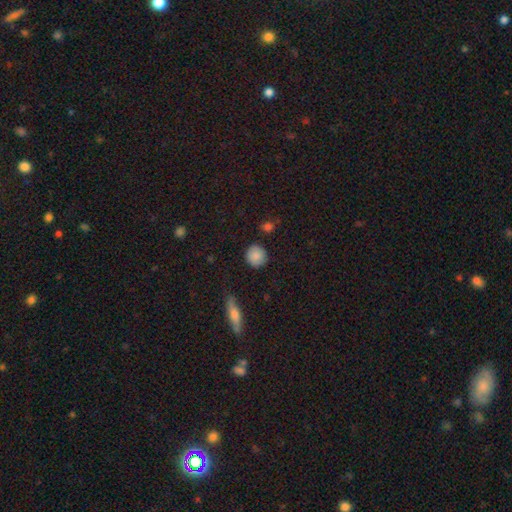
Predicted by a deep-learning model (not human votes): This is clearly a smooth galaxy (87%). How rounded: clearly round (89%). Merging: clearly none (87%).